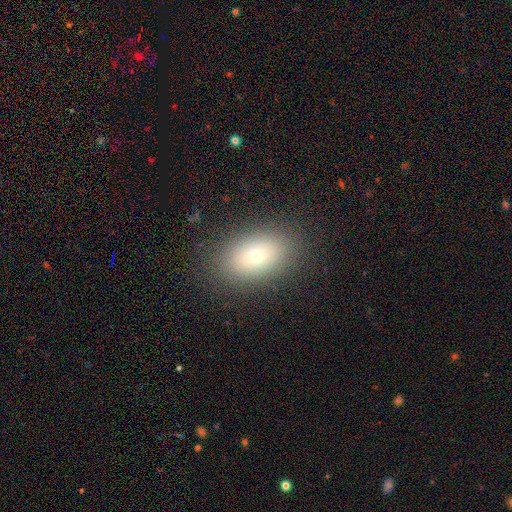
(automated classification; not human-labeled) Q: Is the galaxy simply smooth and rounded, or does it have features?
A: smooth — 73%.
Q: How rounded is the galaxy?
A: in between — 84%.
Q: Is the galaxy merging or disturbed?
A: none — 86%.